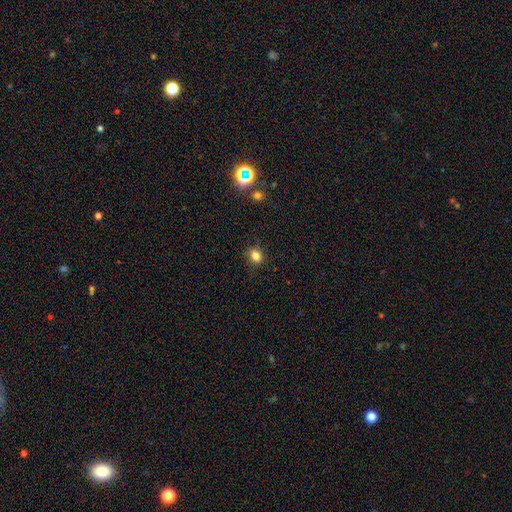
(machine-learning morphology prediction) This appears to be a smooth galaxy with no disk features (82%) that is round (59%). Merging: none (81%).